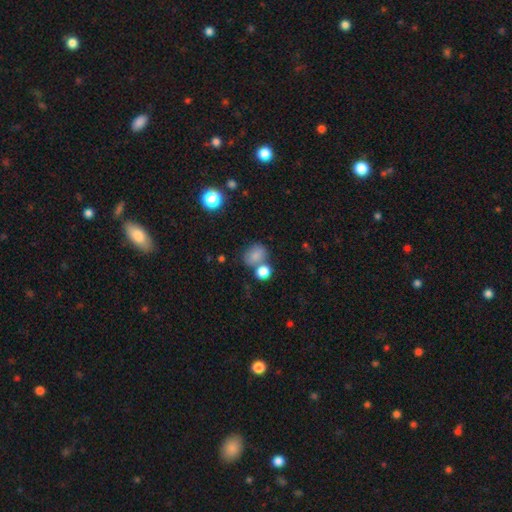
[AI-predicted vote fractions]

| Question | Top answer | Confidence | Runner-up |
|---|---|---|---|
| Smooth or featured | smooth | 79% | star or artifact (13%) |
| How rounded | in between | 50% | round (48%) |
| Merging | none | 52% | merger (26%) |